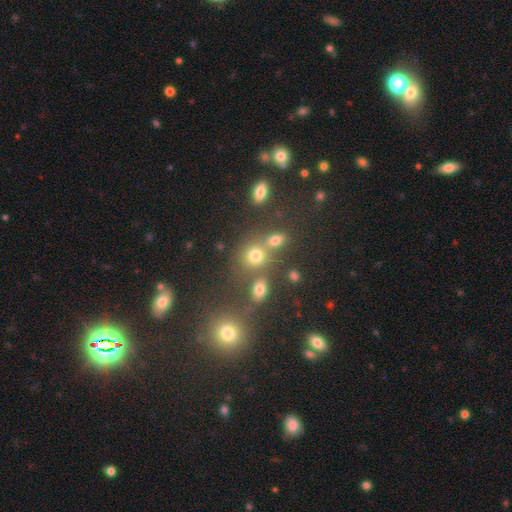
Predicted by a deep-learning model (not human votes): Smooth or featured? Predicted: smooth (p=0.70). How rounded? Predicted: round (p=0.72). Merging? Predicted: none (p=0.56).